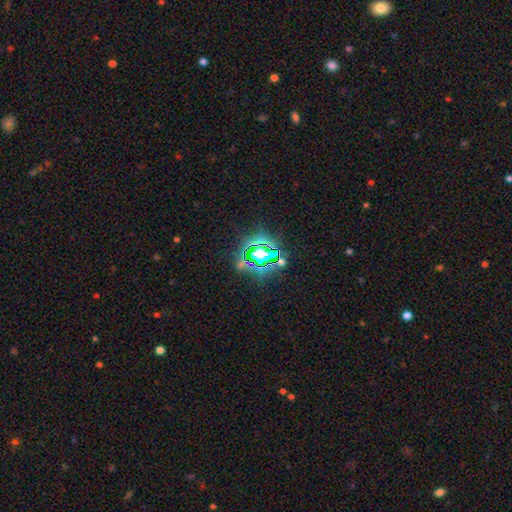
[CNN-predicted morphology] Smooth or featured? star or artifact (76%)